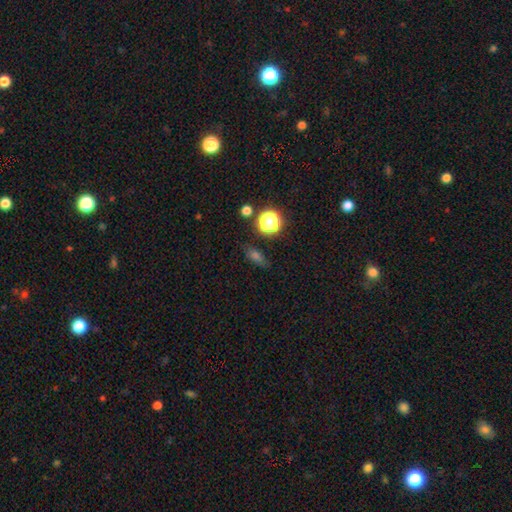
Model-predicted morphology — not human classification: Smooth or featured?
  - smooth: 56% *
  - star or artifact: 30%
  - featured or disk: 14%
How rounded?
  - in between: 53% *
  - round: 30%
  - cigar-shaped: 16%
Merging?
  - none: 81% *
  - minor disturbance: 12%
  - major disturbance: 4%
  - merger: 3%